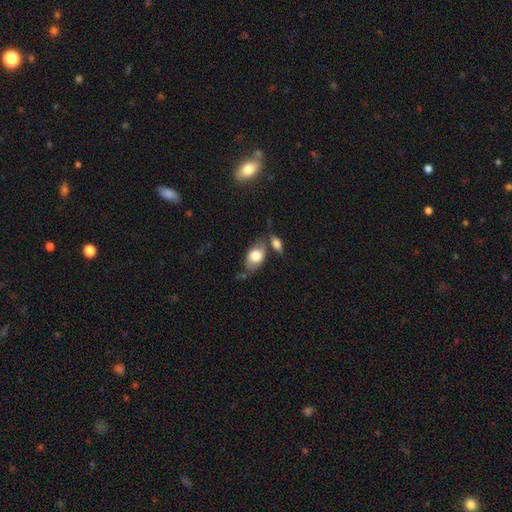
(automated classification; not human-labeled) smooth-or-featured: smooth: 73% | featured or disk: 21% | star or artifact: 7%
  how-rounded: in between: 87% | round: 10% | cigar-shaped: 2%
  merging: none: 57% | minor disturbance: 19% | merger: 18% | major disturbance: 6%